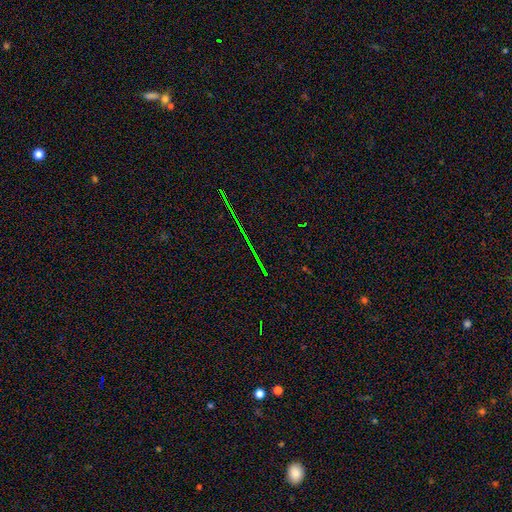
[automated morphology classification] smooth-or-featured: star or artifact: 79% | smooth: 11% | featured or disk: 10%